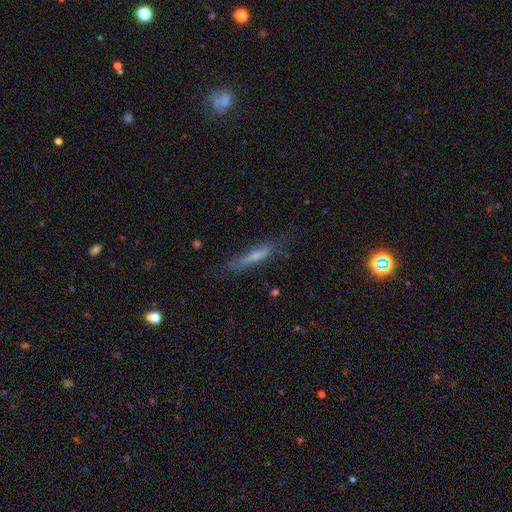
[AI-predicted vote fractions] Morphology: type=smooth (46%); merging=none (73%).